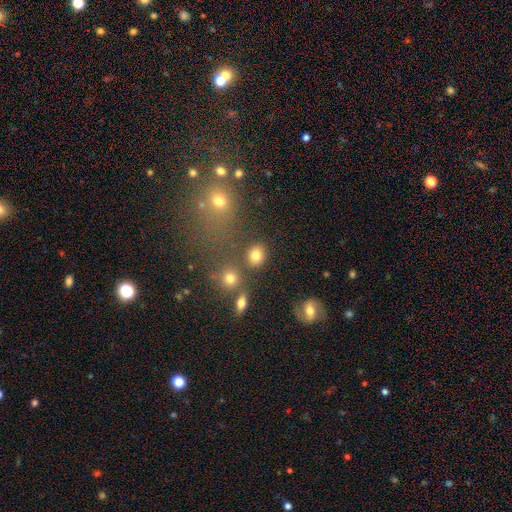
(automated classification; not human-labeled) Smooth or featured? smooth (80%)
How rounded? round (61%)
Merging? none (78%)